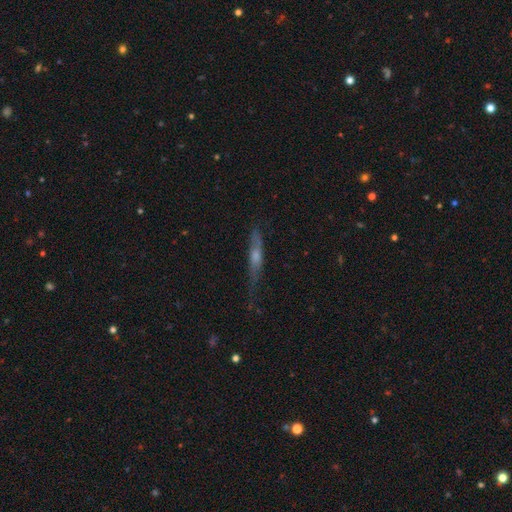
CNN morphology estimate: smooth-or-featured: featured or disk: 54% | smooth: 36% | star or artifact: 9%
  disk-edge-on: yes: 85% | no: 15%
  merging: none: 57% | minor disturbance: 28% | major disturbance: 12% | merger: 2%